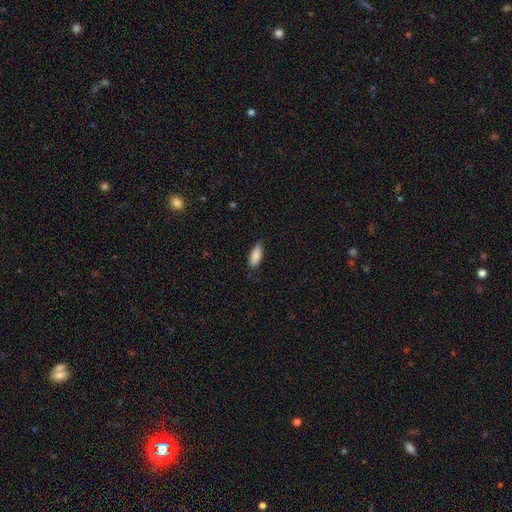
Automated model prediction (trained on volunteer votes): A smooth galaxy with no disk features (88%) that is in between round and cigar-shaped (82%).

Vote fractions:
- Smooth or featured? smooth: 88% / star or artifact: 6% / featured or disk: 6%
- How rounded? in between: 82% / cigar-shaped: 16% / round: 2%
- Merging? none: 79% / minor disturbance: 17% / major disturbance: 3% / merger: 1%